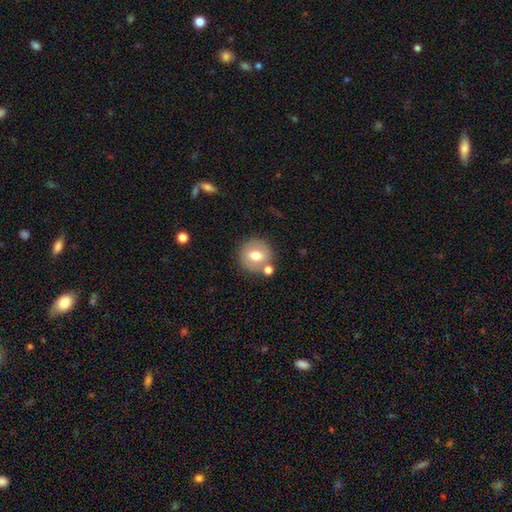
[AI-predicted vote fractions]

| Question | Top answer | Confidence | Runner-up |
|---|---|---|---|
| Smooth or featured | smooth | 66% | featured or disk (25%) |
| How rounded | round | 86% | in between (13%) |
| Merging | none | 73% | merger (12%) |